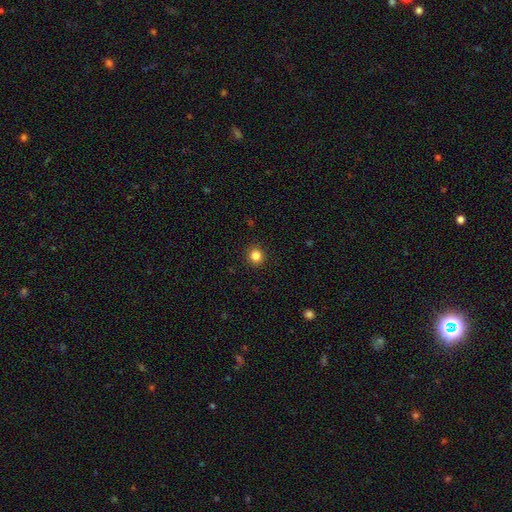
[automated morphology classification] Smooth or featured? Predicted: smooth (p=0.84). How rounded? Predicted: round (p=0.91). Merging? Predicted: none (p=0.92).